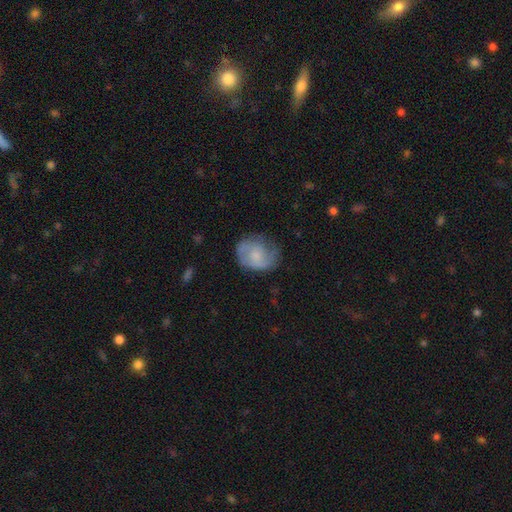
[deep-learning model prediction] Smooth or featured? featured or disk (52%)
Edge-on disk? no (97%)
Bar? no (67%)
Spiral arms? yes (83%)
Bulge size? small (50%)
Merging? none (63%)